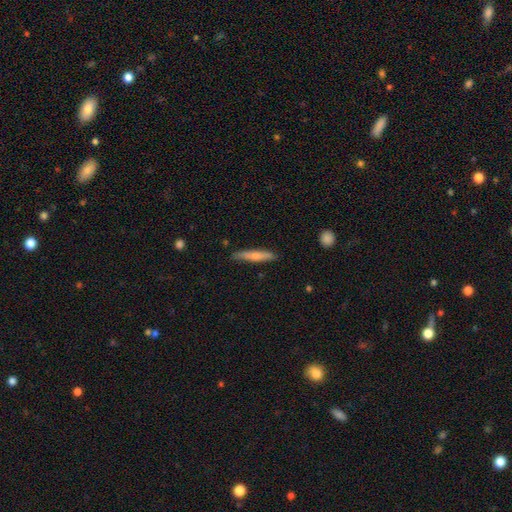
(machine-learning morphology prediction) Overall: smooth (64%; featured or disk 31%). How rounded: cigar-shaped (91%). Merging: none (84%).